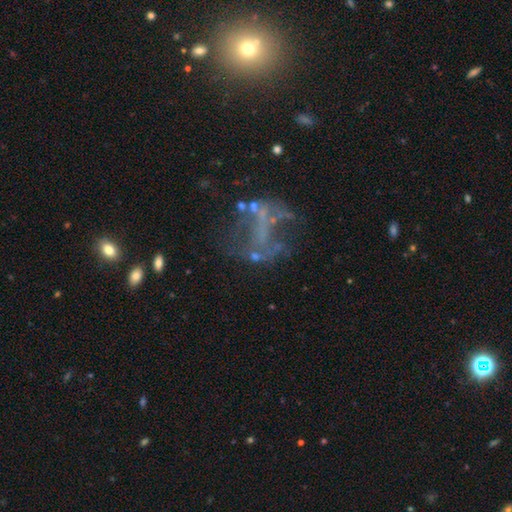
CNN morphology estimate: smooth-or-featured: featured or disk: 60% | star or artifact: 23% | smooth: 17%
  disk-edge-on: no: 97% | yes: 3%
    bar: no: 75% | weak: 16% | strong: 9%
    has-spiral-arms: no: 80% | yes: 20%
    bulge-size: none: 78% | small: 14% | moderate: 6% | large: 2% | dominant: 1%
  merging: none: 41% | major disturbance: 34% | minor disturbance: 15% | merger: 9%